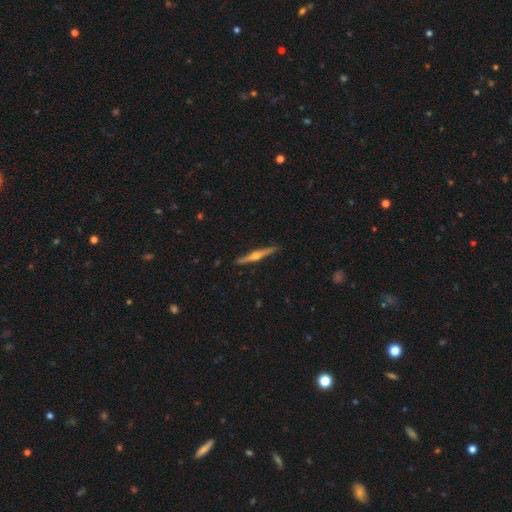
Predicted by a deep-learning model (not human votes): Smooth or featured?
  - featured or disk: 77% *
  - smooth: 18%
  - star or artifact: 5%
Edge-on disk?
  - yes: 98% *
  - no: 2%
Edge-on bulge?
  - rounded: 90% *
  - none: 5%
  - boxy: 4%
Merging?
  - none: 91% *
  - minor disturbance: 7%
  - major disturbance: 1%
  - merger: 1%